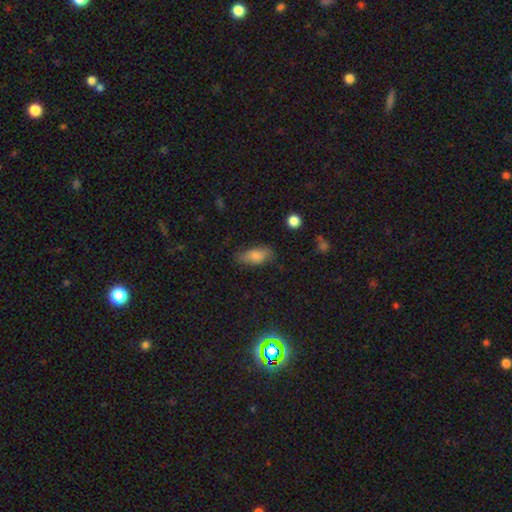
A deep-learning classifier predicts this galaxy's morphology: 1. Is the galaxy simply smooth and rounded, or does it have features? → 78% smooth, 14% featured or disk, 8% star or artifact.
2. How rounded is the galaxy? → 86% in between, 11% cigar-shaped, 4% round.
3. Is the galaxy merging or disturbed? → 71% none, 22% minor disturbance, 6% major disturbance, 2% merger.